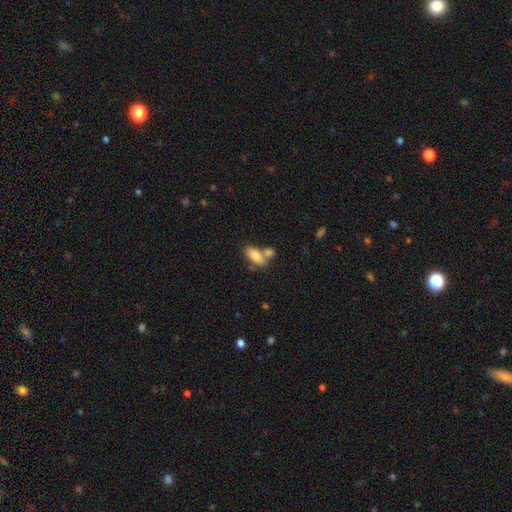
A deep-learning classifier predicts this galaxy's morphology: A smooth galaxy with no disk features (80%) that is in between round and cigar-shaped (87%).

Vote fractions:
- Smooth or featured? smooth: 80% / featured or disk: 13% / star or artifact: 7%
- How rounded? in between: 87% / cigar-shaped: 9% / round: 4%
- Merging? none: 44% / merger: 39% / minor disturbance: 12% / major disturbance: 5%